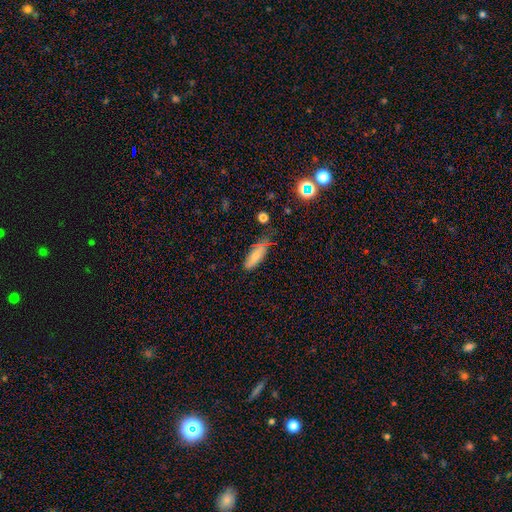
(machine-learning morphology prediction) type=smooth (79%); roundness=in between (55%); merging=none (62%).